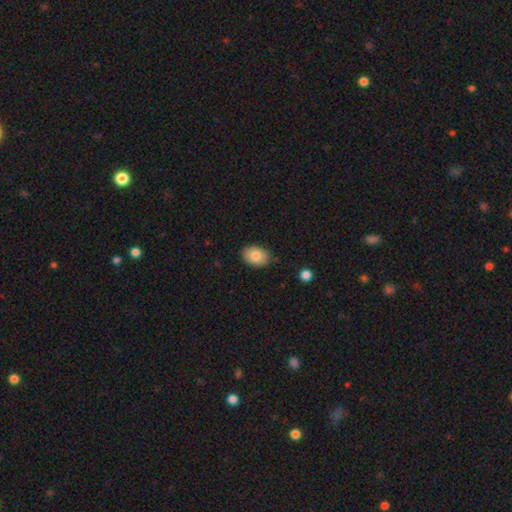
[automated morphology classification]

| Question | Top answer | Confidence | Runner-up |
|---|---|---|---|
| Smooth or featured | smooth | 81% | featured or disk (11%) |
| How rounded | in between | 79% | round (20%) |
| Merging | none | 82% | minor disturbance (14%) |